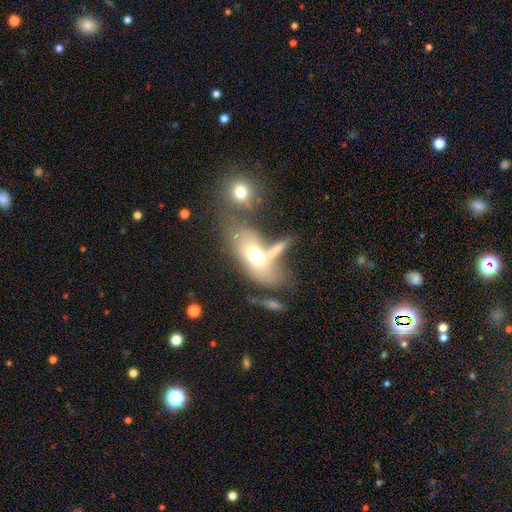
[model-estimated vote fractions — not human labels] smooth 58%, featured or disk 33%, star or artifact 9%. Down the decision tree: how rounded — in between (80%); merging — merger (39%).